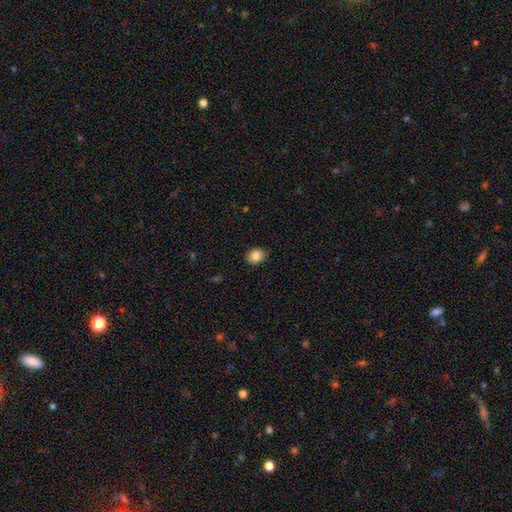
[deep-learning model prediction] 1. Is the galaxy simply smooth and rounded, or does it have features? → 85% smooth, 9% star or artifact, 6% featured or disk.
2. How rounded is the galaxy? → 55% in between, 44% round, 1% cigar-shaped.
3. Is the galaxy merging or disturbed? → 89% none, 8% minor disturbance, 2% major disturbance, 1% merger.